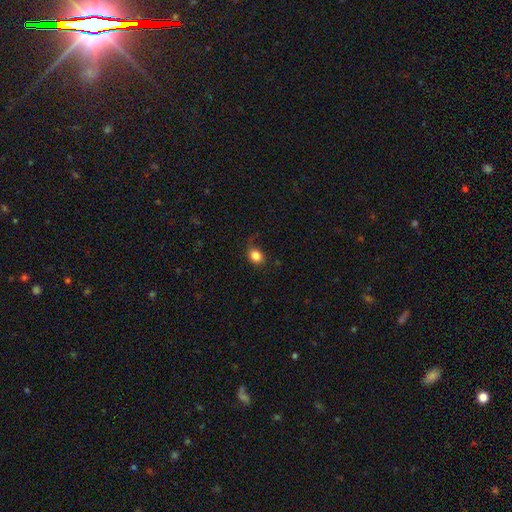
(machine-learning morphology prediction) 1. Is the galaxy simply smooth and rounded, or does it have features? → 84% smooth, 10% star or artifact, 6% featured or disk.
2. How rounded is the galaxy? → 54% round, 45% in between, 1% cigar-shaped.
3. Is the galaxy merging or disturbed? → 74% none, 19% minor disturbance, 6% major disturbance, 1% merger.